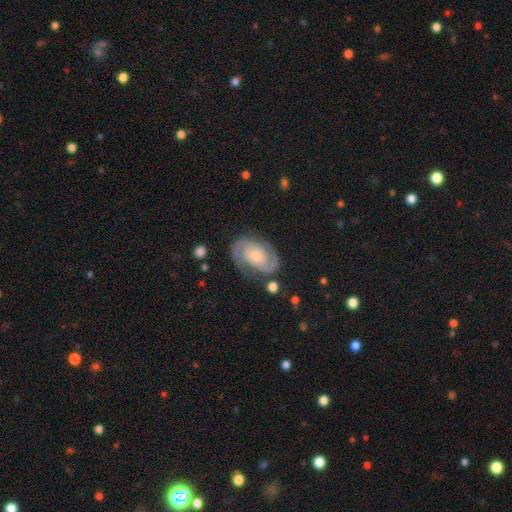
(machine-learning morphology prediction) Overall: featured or disk (88%). Edge-on disk: no (98%). Bar: no (65%; weak 26%). Spiral arms: yes (97%). Spiral arm count: 2 (91%). Spiral winding: tight (57%; medium 36%). Bulge size: small (56%; moderate 34%). Merging: none (79%).